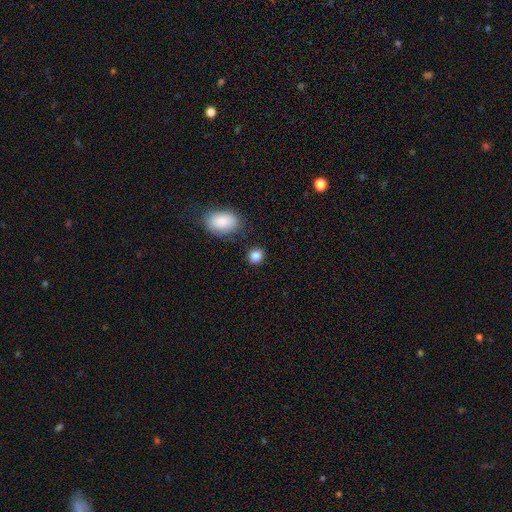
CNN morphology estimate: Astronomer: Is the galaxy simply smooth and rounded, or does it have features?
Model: smooth — 87%.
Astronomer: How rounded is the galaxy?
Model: round — 78%.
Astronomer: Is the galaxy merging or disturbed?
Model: none — 82%.